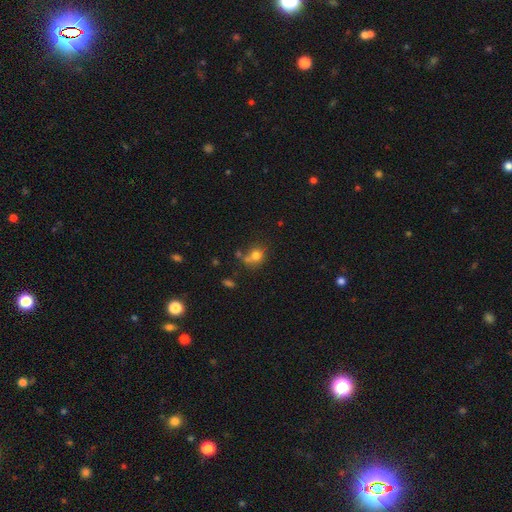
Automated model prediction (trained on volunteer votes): The model was most divided on "merging": none: 47%, merger: 25%, minor disturbance: 18%, major disturbance: 10%. More confident: smooth or featured — smooth (76%); how rounded — round (69%).